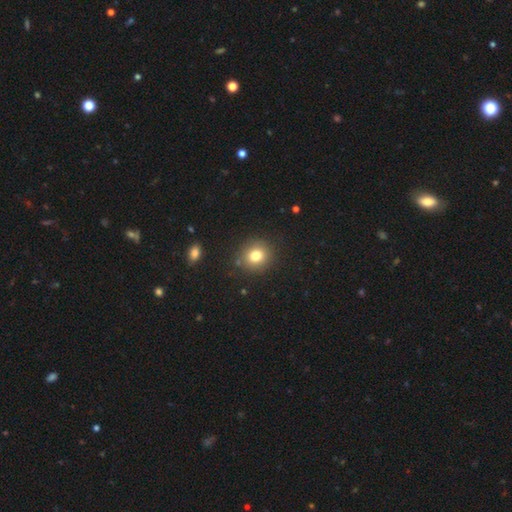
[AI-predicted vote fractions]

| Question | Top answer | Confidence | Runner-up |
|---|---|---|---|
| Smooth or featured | smooth | 79% | star or artifact (12%) |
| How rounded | round | 82% | in between (17%) |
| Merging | none | 87% | minor disturbance (8%) |